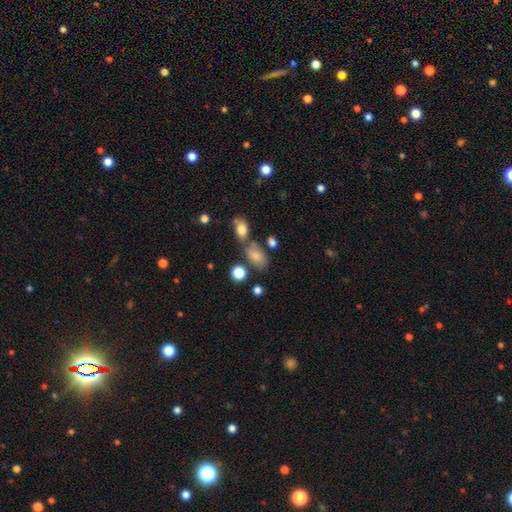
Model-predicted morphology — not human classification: Q: Smooth or featured?
A: smooth (78%); runner-up: star or artifact (11%)
Q: How rounded?
A: in between (88%); runner-up: round (10%)
Q: Merging?
A: none (56%); runner-up: minor disturbance (19%)